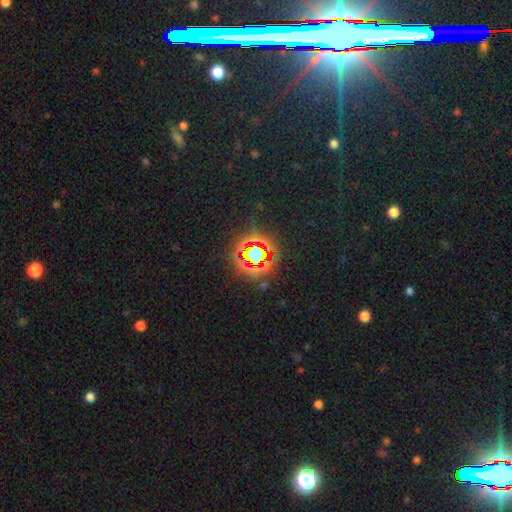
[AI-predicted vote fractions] Q: Smooth or featured?
A: star or artifact (74%); runner-up: smooth (15%)